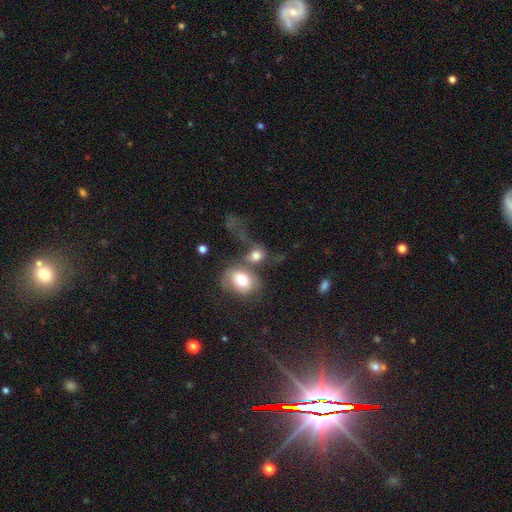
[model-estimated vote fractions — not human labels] Morphology: type=smooth (73%); roundness=round (49%, tied with in between); merging=merger (47%).